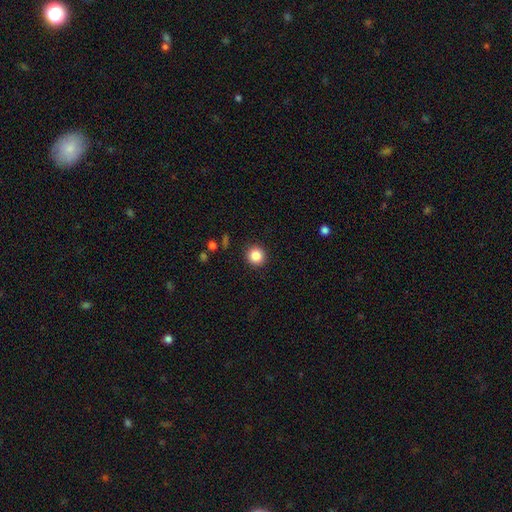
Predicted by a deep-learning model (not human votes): A smooth galaxy with no disk features (86%) that is round (94%).

Vote fractions:
- Smooth or featured? smooth: 86% / star or artifact: 10% / featured or disk: 4%
- How rounded? round: 94% / in between: 5% / cigar-shaped: 1%
- Merging? none: 92% / minor disturbance: 5% / major disturbance: 2% / merger: 1%